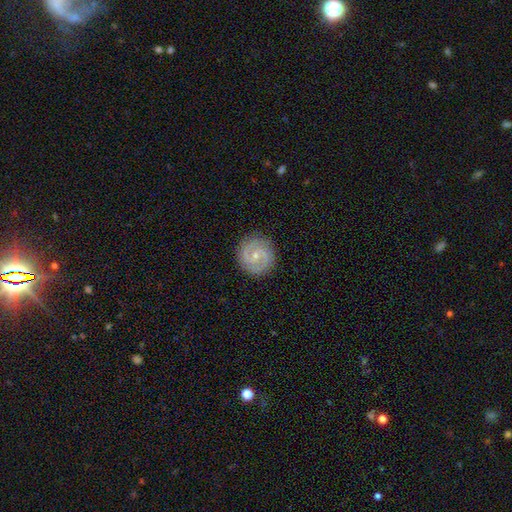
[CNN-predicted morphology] The model was most divided on "bar": no: 54%, weak: 37%, strong: 9%. More confident: edge-on disk — no (98%); spiral arms — yes (97%); merging — none (87%); spiral arm count — 2 (85%); smooth or featured — featured or disk (84%); bulge size — small (71%); spiral winding — tight (56%).